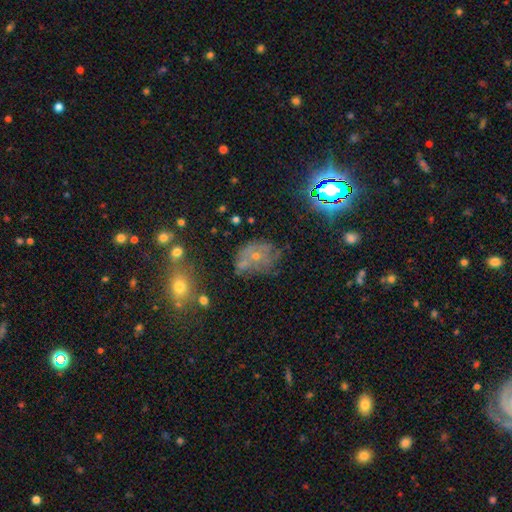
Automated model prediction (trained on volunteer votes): This appears to be a featured or disk galaxy (45%). Merging: none (44%).